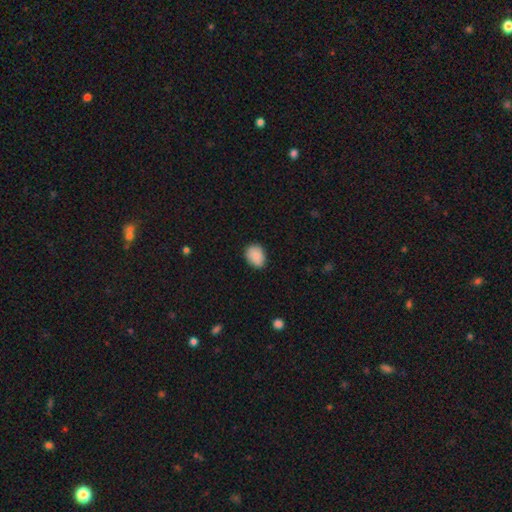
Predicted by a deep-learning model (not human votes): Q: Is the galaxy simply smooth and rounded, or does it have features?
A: smooth — 87%.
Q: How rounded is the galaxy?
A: in between — 65%.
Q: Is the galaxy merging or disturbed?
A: none — 81%.